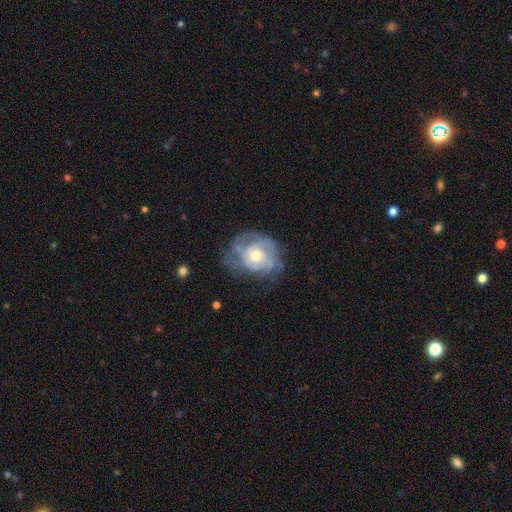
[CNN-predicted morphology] smooth_or_featured: featured or disk (p=0.70) [alt: smooth p=0.23]
disk_edge_on: no (p=0.97) [alt: yes p=0.03]
bar: no (p=0.82) [alt: weak p=0.16]
has_spiral_arms: yes (p=0.76) [alt: no p=0.24]
spiral_winding: tight (p=0.57) [alt: medium p=0.31]
spiral_arm_count: can't tell (p=0.49) [alt: 2 p=0.20]
bulge_size: moderate (p=0.55) [alt: small p=0.35]
merging: none (p=0.56) [alt: minor disturbance p=0.25]